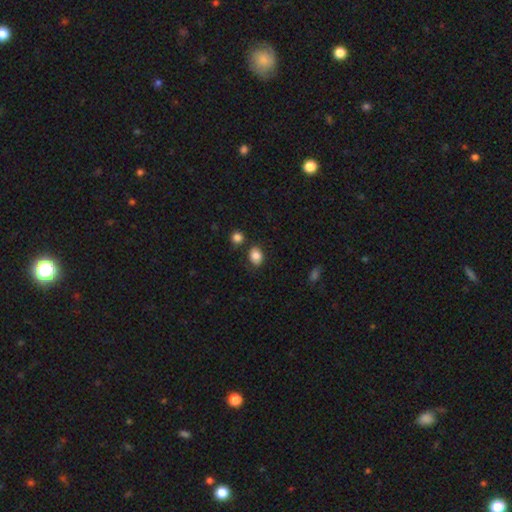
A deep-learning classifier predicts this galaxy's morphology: A smooth galaxy with no disk features (84%) that is in between round and cigar-shaped (58%). Merging: none (77%).